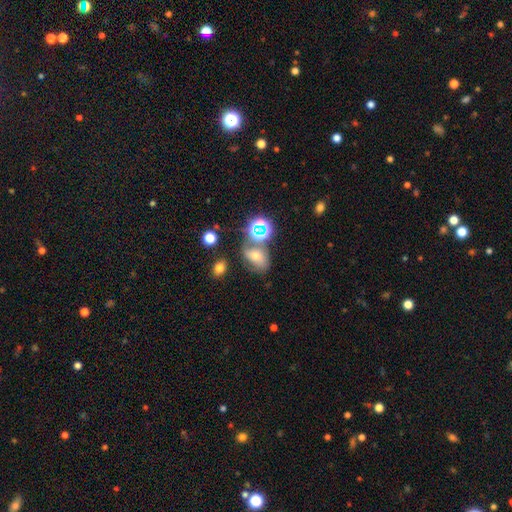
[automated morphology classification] Smooth or featured? Predicted: smooth (p=0.48). Merging? Predicted: none (p=0.50).